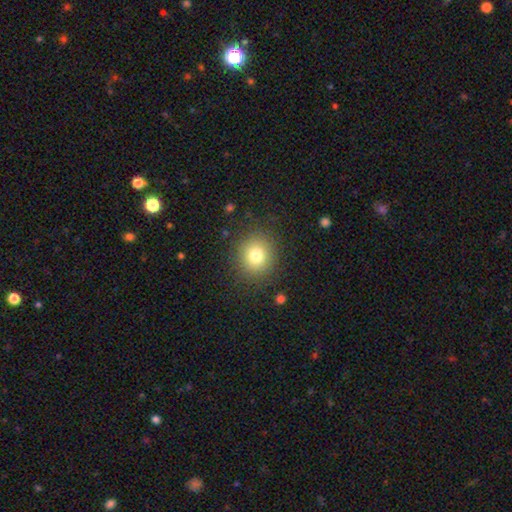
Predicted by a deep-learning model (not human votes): Smooth or featured?
  - smooth: 78% *
  - star or artifact: 13%
  - featured or disk: 9%
How rounded?
  - round: 83% *
  - in between: 16%
  - cigar-shaped: 1%
Merging?
  - none: 87% *
  - minor disturbance: 8%
  - major disturbance: 4%
  - merger: 1%